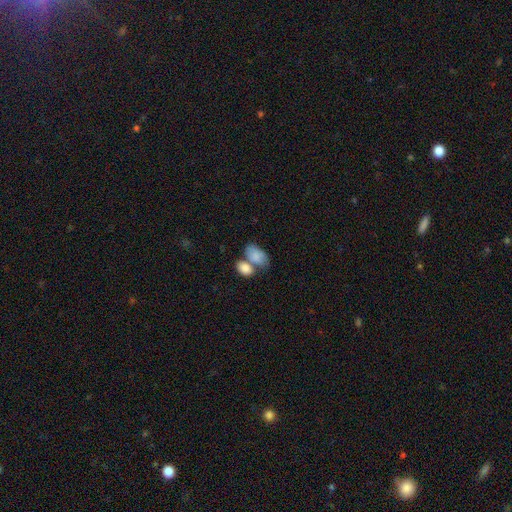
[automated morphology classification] The model was most divided on "merging": merger: 56%, none: 25%, minor disturbance: 13%, major disturbance: 6%. More confident: how rounded — in between (89%); smooth or featured — smooth (81%).